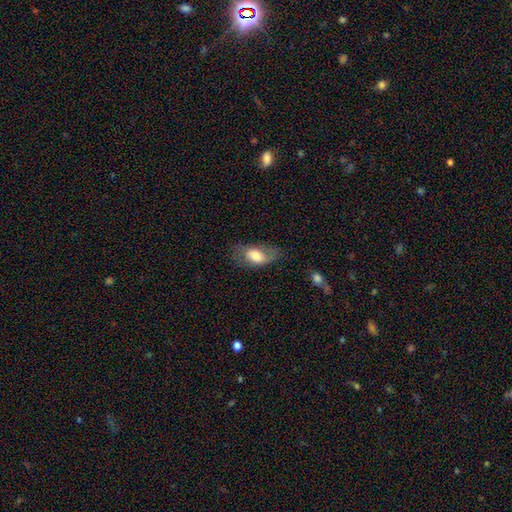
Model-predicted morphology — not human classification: Smooth or featured? Predicted: smooth (p=0.64). How rounded? Predicted: in between (p=0.90). Merging? Predicted: none (p=0.57).